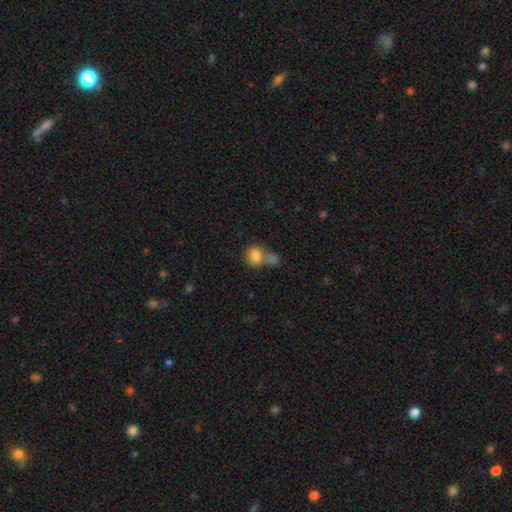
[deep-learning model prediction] A smooth galaxy with no disk features (82%) that is round (57%).

Vote fractions:
- Smooth or featured? smooth: 82% / featured or disk: 9% / star or artifact: 9%
- How rounded? round: 57% / in between: 42% / cigar-shaped: 1%
- Merging? merger: 46% / none: 36% / minor disturbance: 12% / major disturbance: 6%